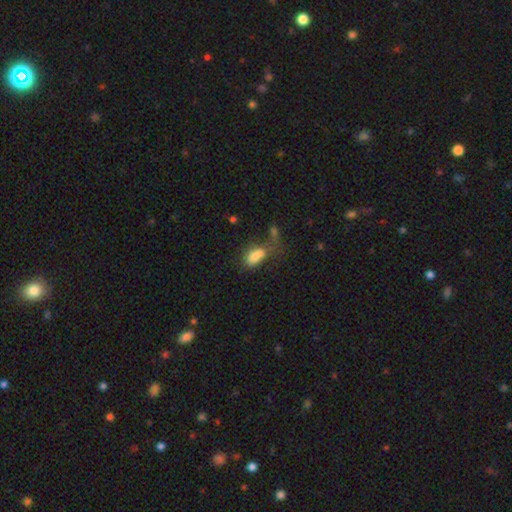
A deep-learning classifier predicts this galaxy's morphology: Q: Smooth or featured?
A: smooth (74%); runner-up: featured or disk (15%)
Q: How rounded?
A: in between (84%); runner-up: round (10%)
Q: Merging?
A: merger (39%); runner-up: none (23%)